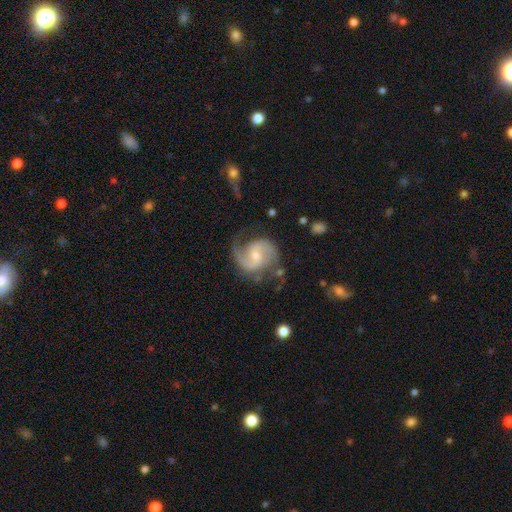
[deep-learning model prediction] Smooth or featured?
  - featured or disk: 89% *
  - smooth: 6%
  - star or artifact: 5%
Edge-on disk?
  - no: 98% *
  - yes: 2%
Bar?
  - weak: 47% *
  - no: 44%
  - strong: 9%
Spiral arms?
  - yes: 98% *
  - no: 2%
Spiral winding?
  - medium: 55% *
  - loose: 27%
  - tight: 17%
Spiral arm count?
  - 2: 88% *
  - 1: 5%
  - can't tell: 3%
  - 3: 2%
  - 4: 1%
  - more than 4: 1%
Bulge size?
  - small: 52% *
  - moderate: 41%
  - none: 4%
  - large: 2%
  - dominant: 1%
Merging?
  - none: 69% *
  - minor disturbance: 19%
  - major disturbance: 10%
  - merger: 2%